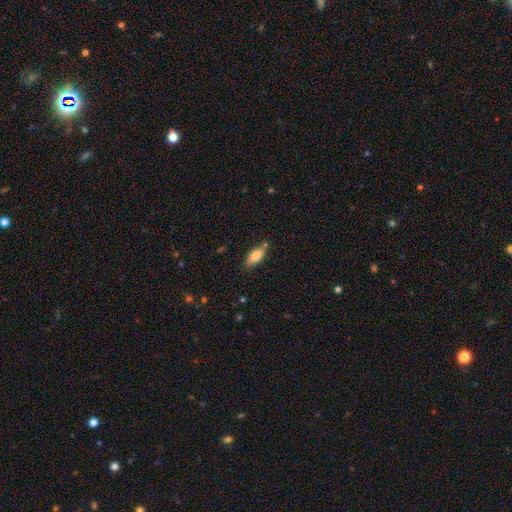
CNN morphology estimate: Smooth or featured: smooth — 80% (featured or disk — 13%)
How rounded: in between — 85% (cigar-shaped — 12%)
Merging: none — 73% (minor disturbance — 17%)